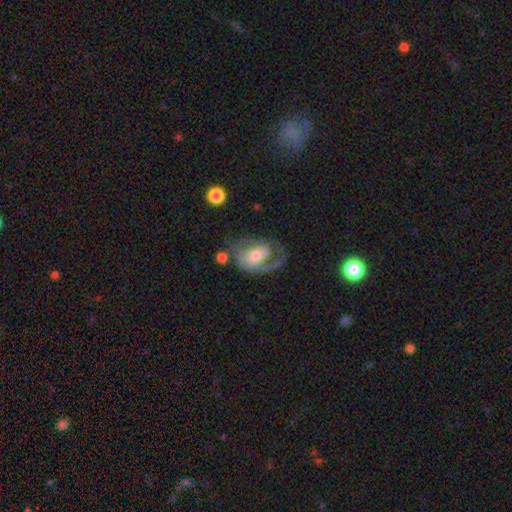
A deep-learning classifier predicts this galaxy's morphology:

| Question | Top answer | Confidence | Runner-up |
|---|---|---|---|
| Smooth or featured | featured or disk | 81% | smooth (14%) |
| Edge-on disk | no | 97% | yes (3%) |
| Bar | no | 51% | weak (38%) |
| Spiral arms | yes | 93% | no (7%) |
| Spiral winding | medium | 46% | tight (34%) |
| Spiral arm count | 2 | 57% | 1 (23%) |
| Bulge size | moderate | 56% | small (34%) |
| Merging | none | 54% | major disturbance (22%) |